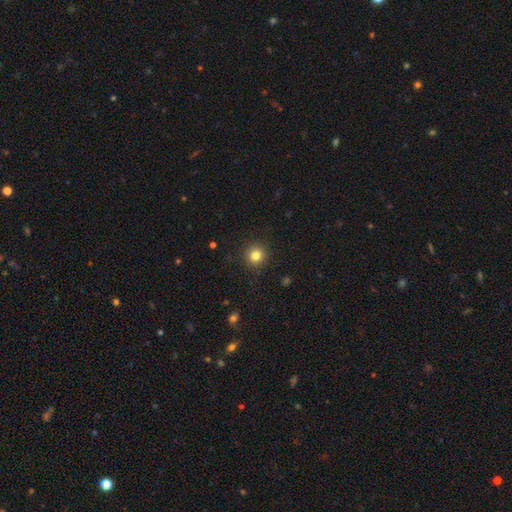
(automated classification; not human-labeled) A smooth galaxy with no disk features (82%) that is round (94%). Merging: none (91%).